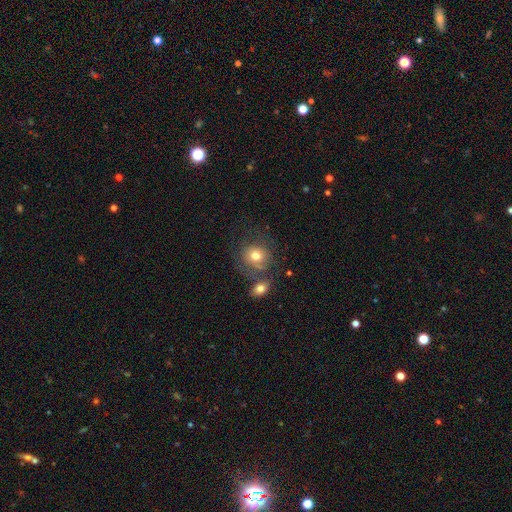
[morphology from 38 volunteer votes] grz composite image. It shows a smooth galaxy with no disk features (71%) that is round (63%). Merging: none (44%).